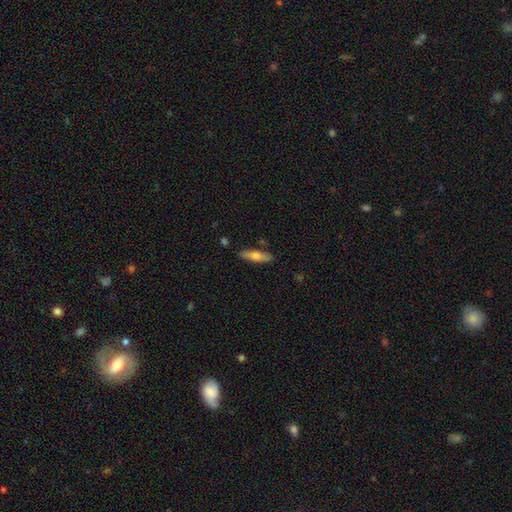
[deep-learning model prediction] Morphology: type=smooth (66%); roundness=cigar-shaped (62%); merging=none (83%).